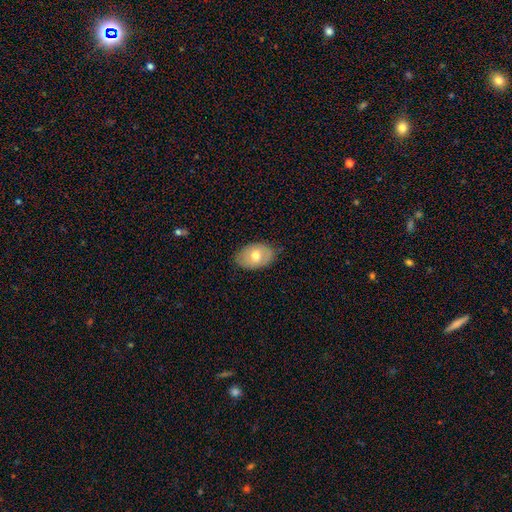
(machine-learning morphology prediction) smooth-or-featured: smooth: 65% | featured or disk: 28% | star or artifact: 7%
  how-rounded: in between: 85% | round: 14% | cigar-shaped: 1%
  merging: none: 80% | minor disturbance: 16% | major disturbance: 3% | merger: 1%